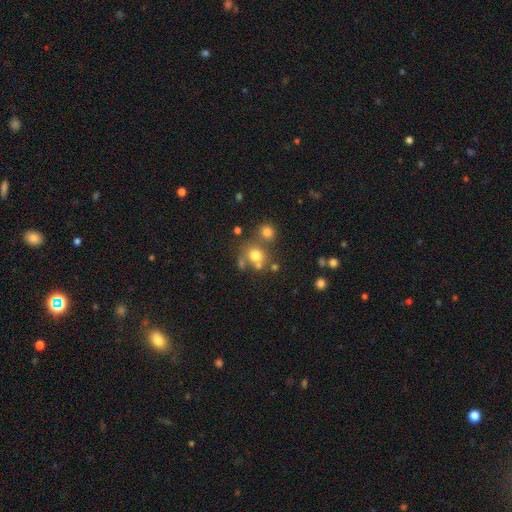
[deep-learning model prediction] smooth_or_featured: smooth (p=0.71) [alt: star or artifact p=0.16]
how_rounded: round (p=0.81) [alt: in between p=0.18]
merging: none (p=0.55) [alt: merger p=0.29]